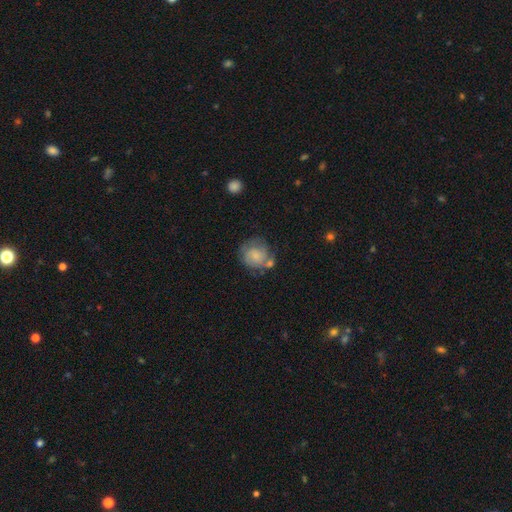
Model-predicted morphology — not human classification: Smooth or featured: smooth — 59% (featured or disk — 33%)
How rounded: round — 81% (in between — 18%)
Merging: none — 49% (minor disturbance — 23%)